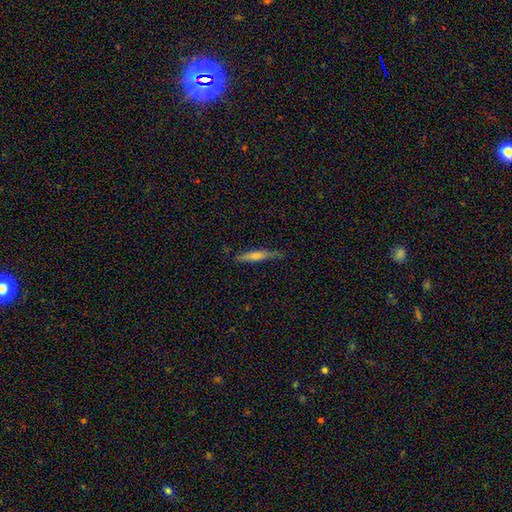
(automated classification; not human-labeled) Q: Smooth or featured?
A: smooth (52%); runner-up: featured or disk (41%)
Q: How rounded?
A: cigar-shaped (92%); runner-up: in between (7%)
Q: Merging?
A: none (77%); runner-up: minor disturbance (18%)